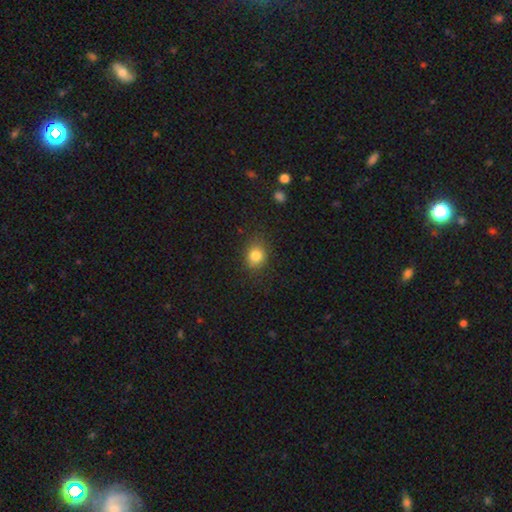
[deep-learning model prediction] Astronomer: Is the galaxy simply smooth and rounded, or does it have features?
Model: smooth — 83%.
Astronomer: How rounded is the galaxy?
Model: round — 59% (runner-up: in between, 40%).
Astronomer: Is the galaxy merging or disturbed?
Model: none — 80%.